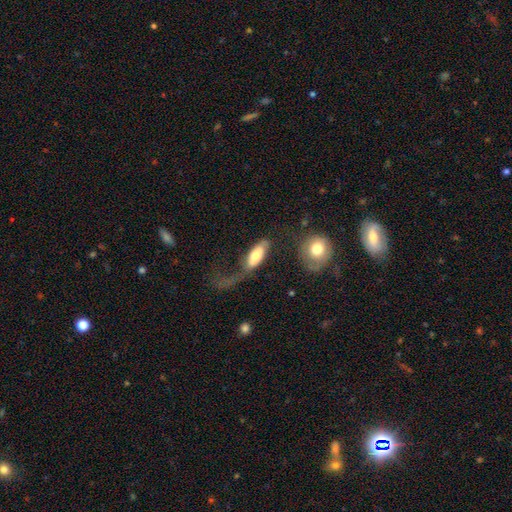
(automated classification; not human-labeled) Smooth or featured?
  - smooth: 64% *
  - featured or disk: 30%
  - star or artifact: 6%
How rounded?
  - in between: 79% *
  - cigar-shaped: 18%
  - round: 3%
Merging?
  - major disturbance: 44% *
  - none: 27%
  - minor disturbance: 19%
  - merger: 11%